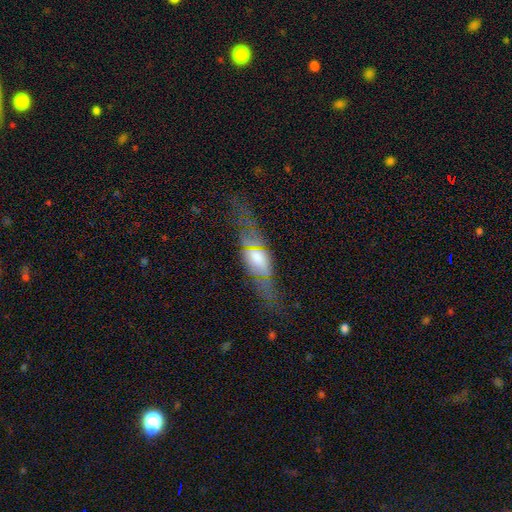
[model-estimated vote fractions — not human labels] Smooth or featured? Predicted: featured or disk (p=0.59). Edge-on disk? Predicted: yes (p=0.78). Merging? Predicted: none (p=0.64).